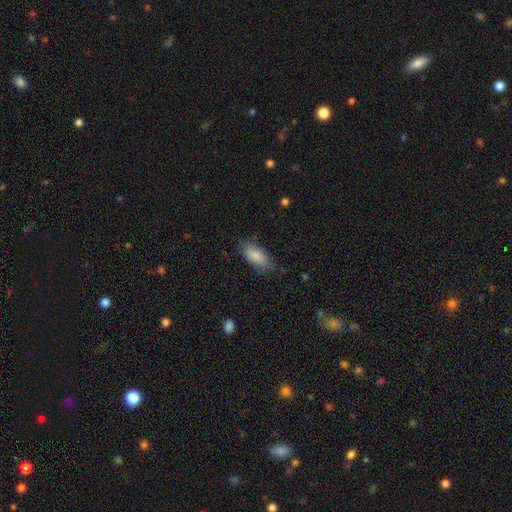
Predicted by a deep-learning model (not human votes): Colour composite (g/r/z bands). It shows a smooth galaxy with no disk features (82%) that is in between round and cigar-shaped (85%). Merging: none (69%).